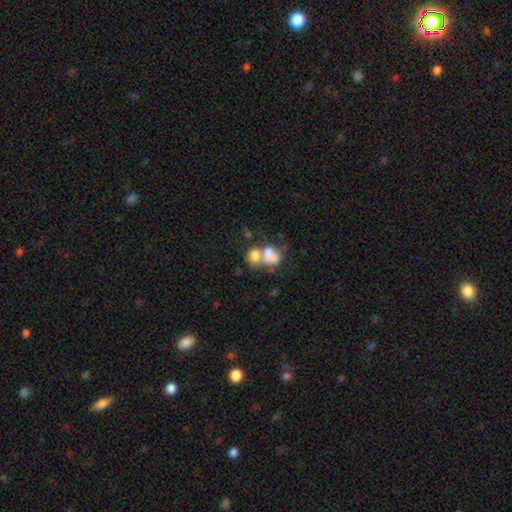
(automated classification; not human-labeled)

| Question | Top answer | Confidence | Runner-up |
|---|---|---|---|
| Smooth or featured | smooth | 72% | featured or disk (19%) |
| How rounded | in between | 56% | round (43%) |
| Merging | merger | 68% | none (19%) |